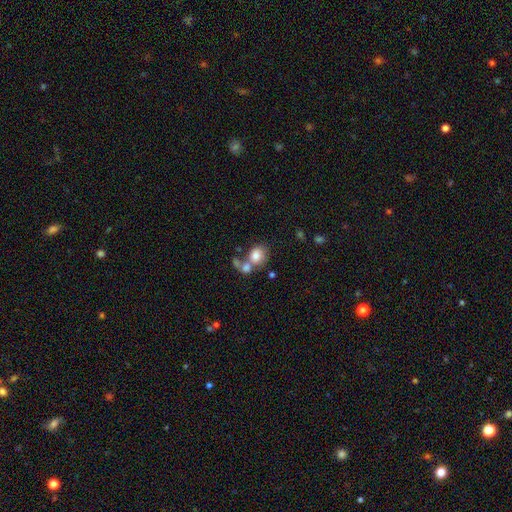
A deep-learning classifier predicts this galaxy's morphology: A smooth galaxy with no disk features (77%) that is round (62%).

Vote fractions:
- Smooth or featured? smooth: 77% / featured or disk: 14% / star or artifact: 9%
- How rounded? round: 62% / in between: 37% / cigar-shaped: 1%
- Merging? merger: 50% / none: 33% / minor disturbance: 10% / major disturbance: 7%